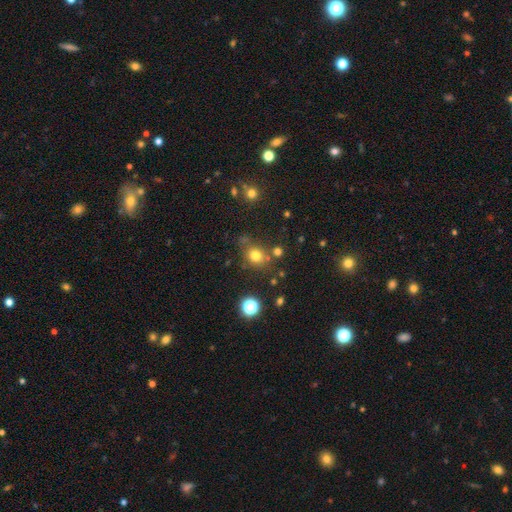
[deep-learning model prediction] Smooth or featured: smooth — 74% (star or artifact — 18%)
How rounded: round — 76% (in between — 23%)
Merging: none — 72% (minor disturbance — 13%)